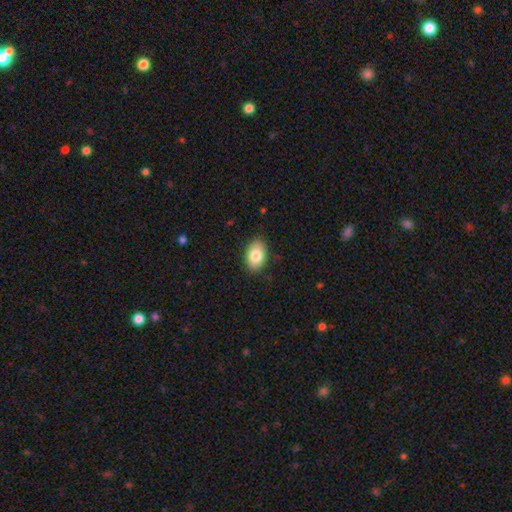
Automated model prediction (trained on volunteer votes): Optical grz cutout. It shows a smooth galaxy with no disk features (82%) that is in between round and cigar-shaped (86%). Merging: none (85%).